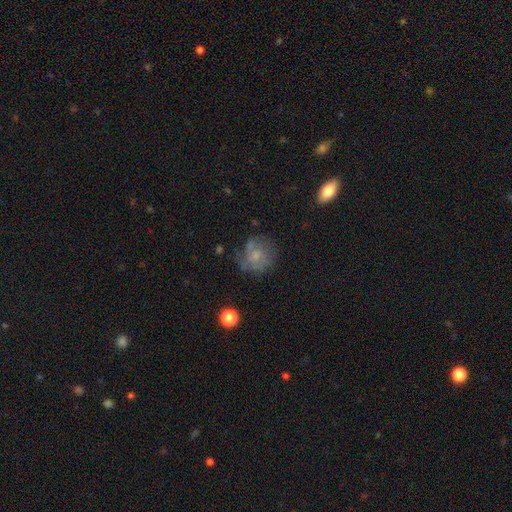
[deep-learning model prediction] smooth-or-featured: smooth: 49% | featured or disk: 40% | star or artifact: 11%
  merging: none: 57% | minor disturbance: 23% | major disturbance: 16% | merger: 4%